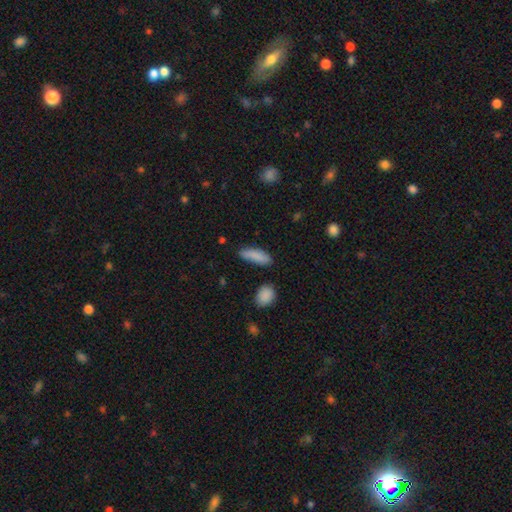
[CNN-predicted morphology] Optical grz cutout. It shows a smooth galaxy with no disk features (85%) that is in between round and cigar-shaped (54%). Merging: none (75%).